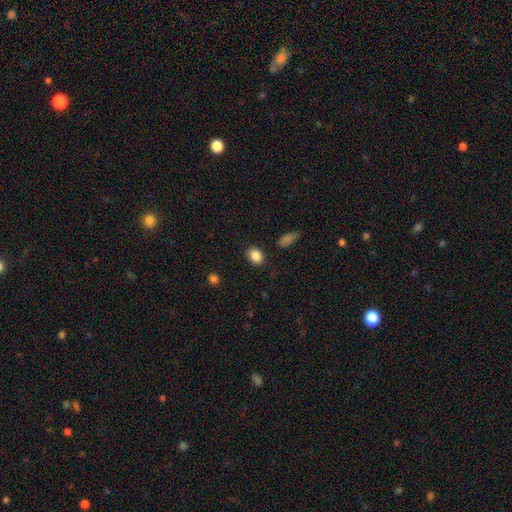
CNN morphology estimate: A smooth galaxy with no disk features (86%) that is in between round and cigar-shaped (66%). Merging: none (86%).